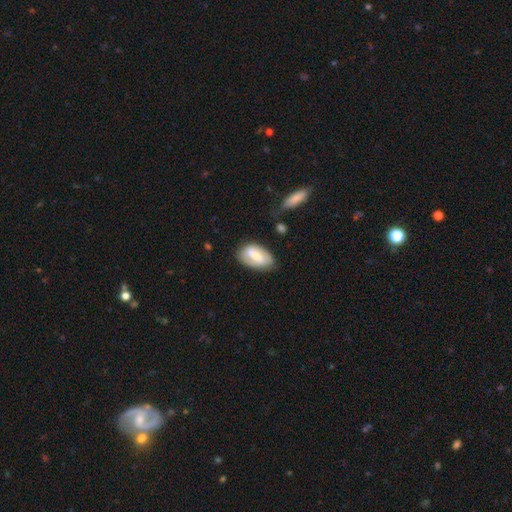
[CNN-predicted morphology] This is possibly a smooth galaxy (51%). How rounded: clearly in between (91%). Merging: likely none (70%).